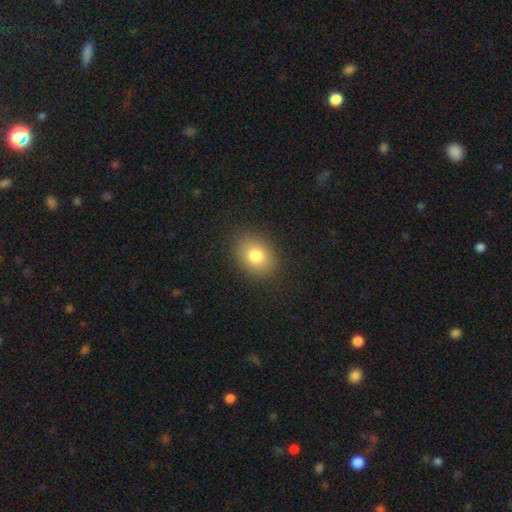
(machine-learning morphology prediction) type=smooth (80%); roundness=in between (60%); merging=none (88%).